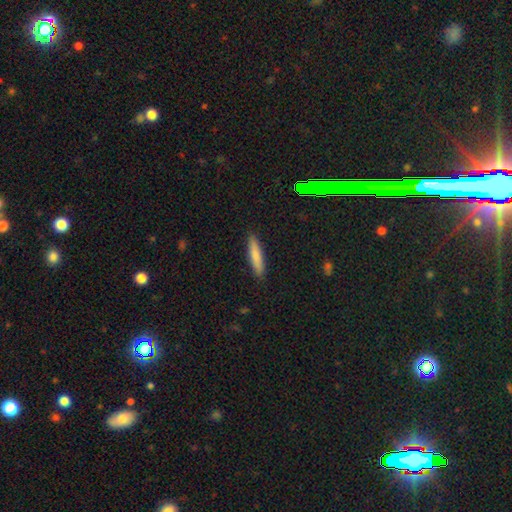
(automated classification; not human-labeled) smooth-or-featured: smooth: 80% | featured or disk: 14% | star or artifact: 6%
  how-rounded: cigar-shaped: 87% | in between: 12% | round: 1%
  merging: none: 90% | minor disturbance: 7% | major disturbance: 2% | merger: 1%